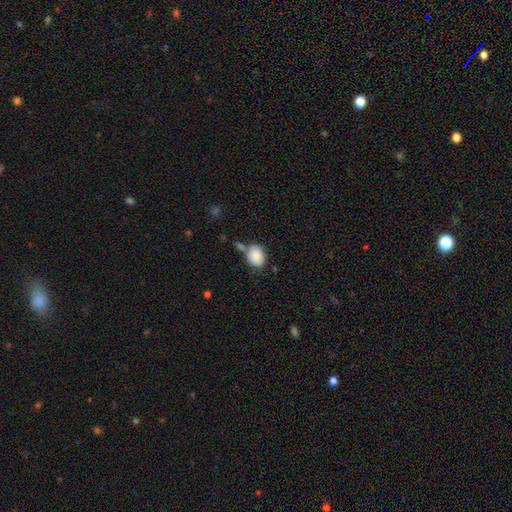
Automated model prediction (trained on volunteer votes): Smooth or featured: smooth — 85% (featured or disk — 8%)
How rounded: in between — 59% (round — 40%)
Merging: none — 61% (merger — 17%)